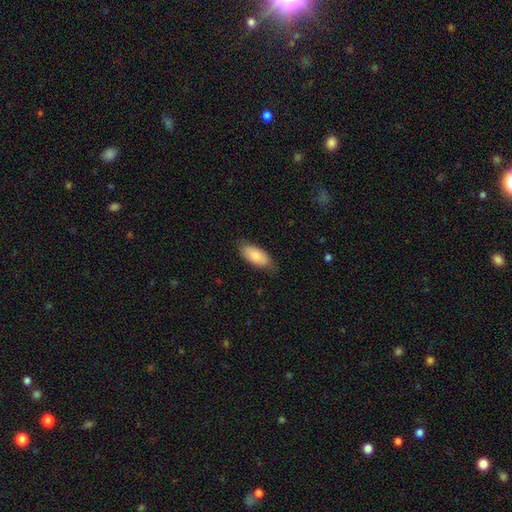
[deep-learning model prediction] This is clearly a smooth galaxy (86%). How rounded: clearly in between (89%). Merging: likely none (79%).